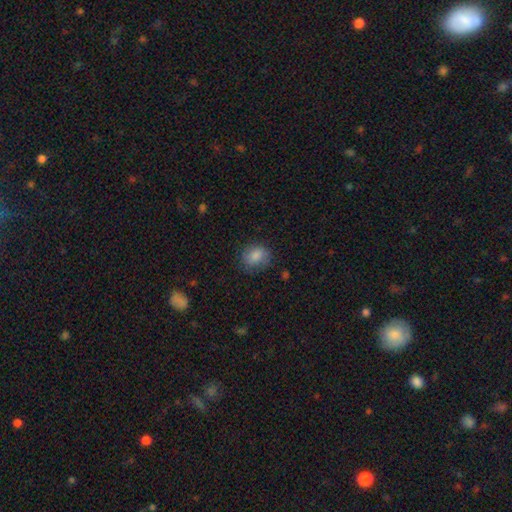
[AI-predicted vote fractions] A smooth galaxy with no disk features (83%) that is round (55%). Merging: none (73%).